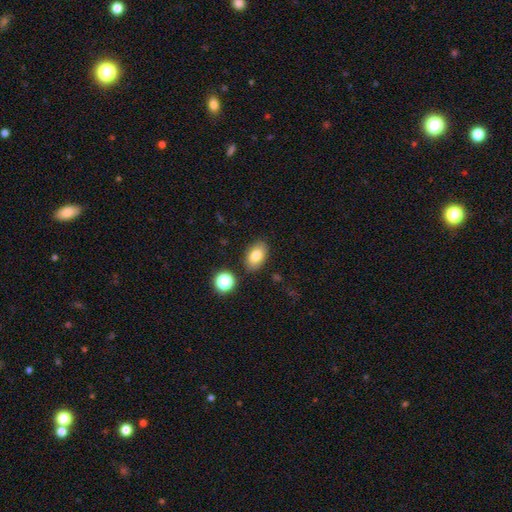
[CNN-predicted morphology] Smooth or featured? smooth (81%)
How rounded? in between (88%)
Merging? none (83%)